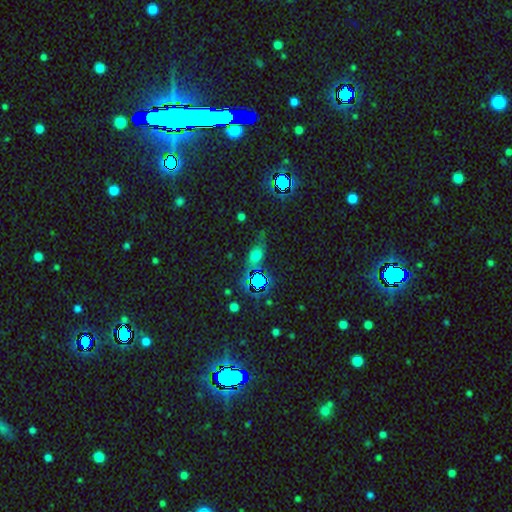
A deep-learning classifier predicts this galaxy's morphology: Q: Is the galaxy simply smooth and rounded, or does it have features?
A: smooth — 48%.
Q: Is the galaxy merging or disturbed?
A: none — 63%.